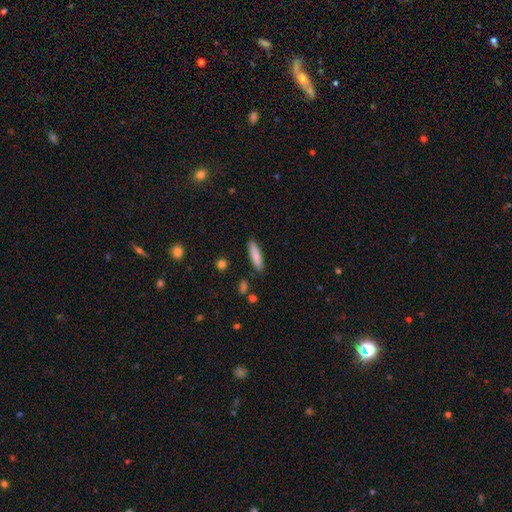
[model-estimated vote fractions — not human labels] Smooth or featured? smooth (84%)
How rounded? cigar-shaped (73%)
Merging? none (87%)